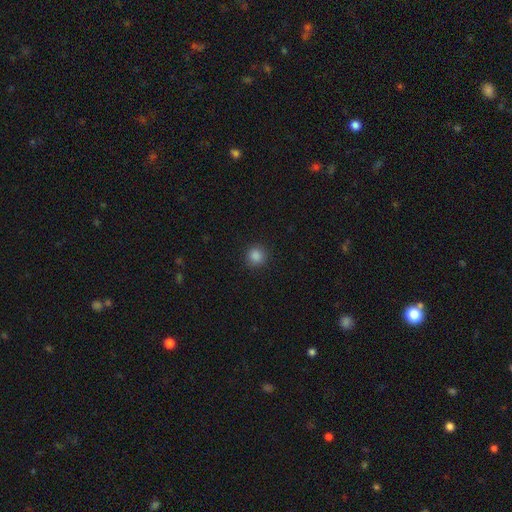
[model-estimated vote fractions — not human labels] The model was most divided on "smooth or featured": smooth: 86%, star or artifact: 11%, featured or disk: 3%. More confident: how rounded — round (91%); merging — none (90%).